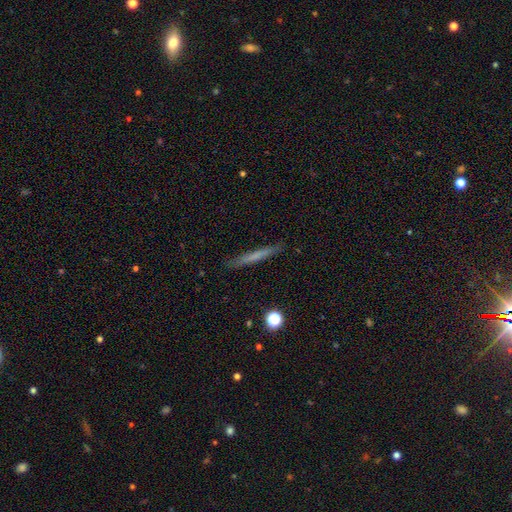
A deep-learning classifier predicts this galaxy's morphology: Smooth or featured?
  - smooth: 60% *
  - featured or disk: 33%
  - star or artifact: 7%
How rounded?
  - cigar-shaped: 96% *
  - in between: 3%
  - round: 2%
Merging?
  - none: 89% *
  - minor disturbance: 8%
  - major disturbance: 2%
  - merger: 1%